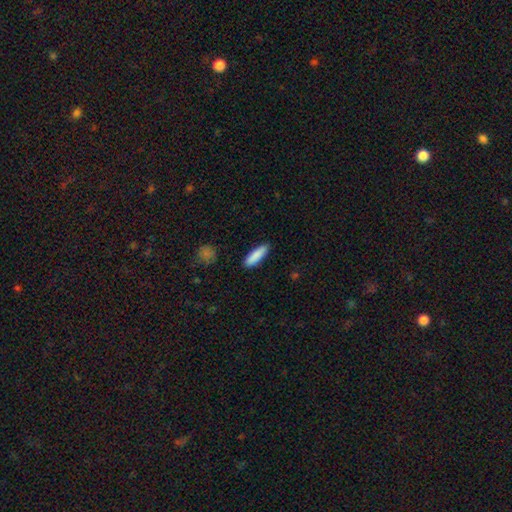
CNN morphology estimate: This appears to be a smooth galaxy with no disk features (88%) that is cigar-shaped (61%). Merging: none (89%).